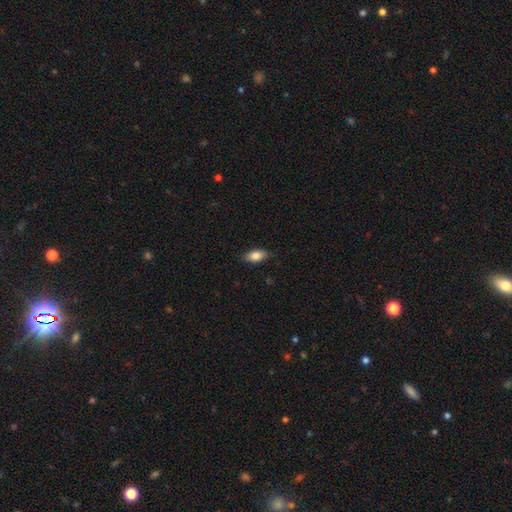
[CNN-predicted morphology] type=smooth (82%); roundness=in between (86%); merging=none (84%).